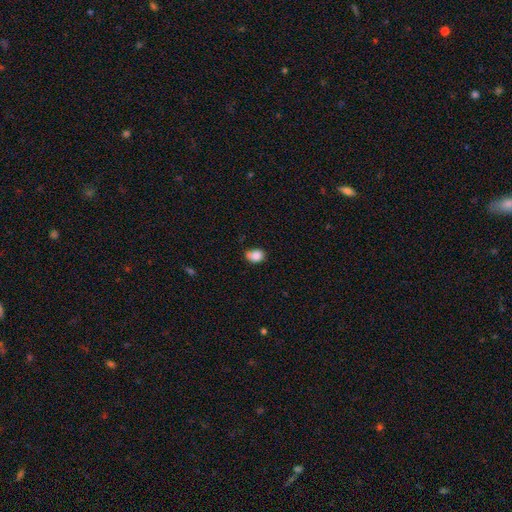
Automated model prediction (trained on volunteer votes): Smooth or featured: smooth — 86% (star or artifact — 8%)
How rounded: in between — 65% (round — 34%)
Merging: none — 57% (minor disturbance — 34%)